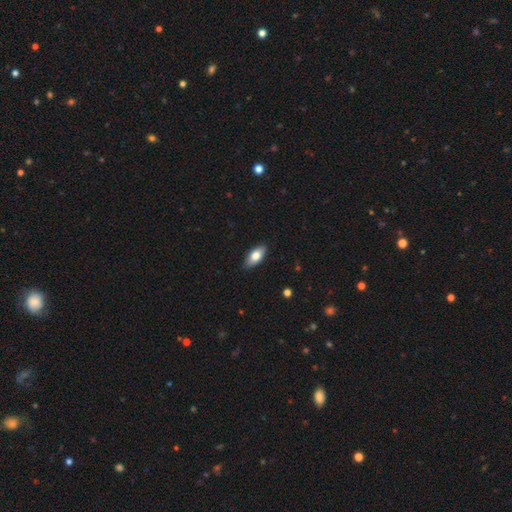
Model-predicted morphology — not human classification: smooth_or_featured: smooth (p=0.76) [alt: featured or disk p=0.18]
how_rounded: in between (p=0.87) [alt: cigar-shaped p=0.10]
merging: none (p=0.86) [alt: minor disturbance p=0.11]